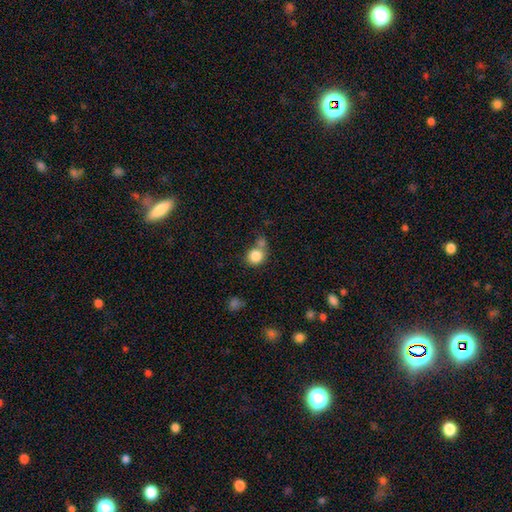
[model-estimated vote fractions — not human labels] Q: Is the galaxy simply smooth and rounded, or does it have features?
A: smooth — 84%.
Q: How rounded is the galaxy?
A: round — 83%.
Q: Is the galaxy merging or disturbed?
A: none — 50%.